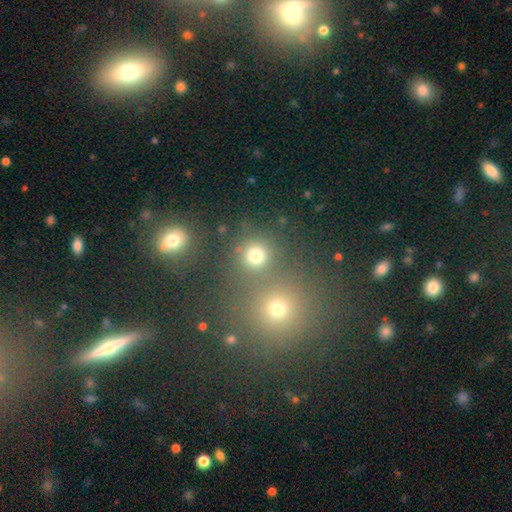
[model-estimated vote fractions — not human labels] Q: Smooth or featured?
A: smooth (73%); runner-up: star or artifact (20%)
Q: How rounded?
A: round (89%); runner-up: in between (10%)
Q: Merging?
A: none (61%); runner-up: merger (29%)